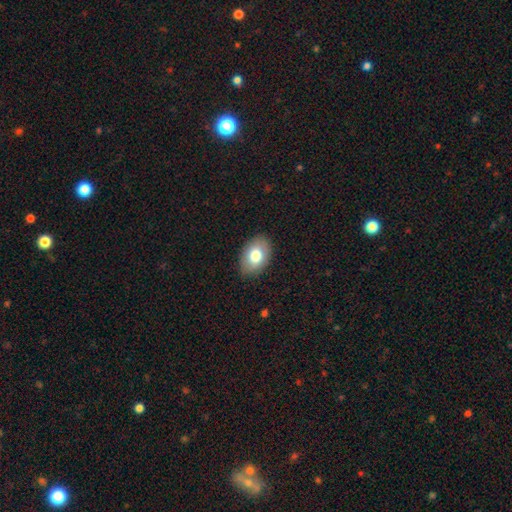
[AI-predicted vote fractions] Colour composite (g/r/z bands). It shows a smooth galaxy with no disk features (77%) that is in between round and cigar-shaped (86%). Merging: none (87%).